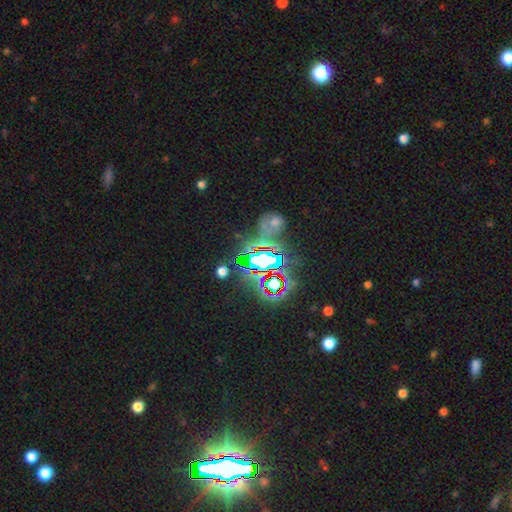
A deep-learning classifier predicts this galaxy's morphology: star or artifact 71%, smooth 16%, featured or disk 13%.